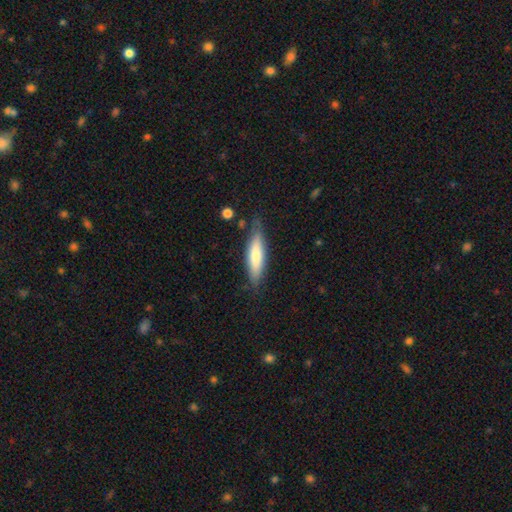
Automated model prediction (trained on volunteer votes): Smooth or featured? Predicted: smooth (p=0.69). How rounded? Predicted: cigar-shaped (p=0.69). Merging? Predicted: none (p=0.77).